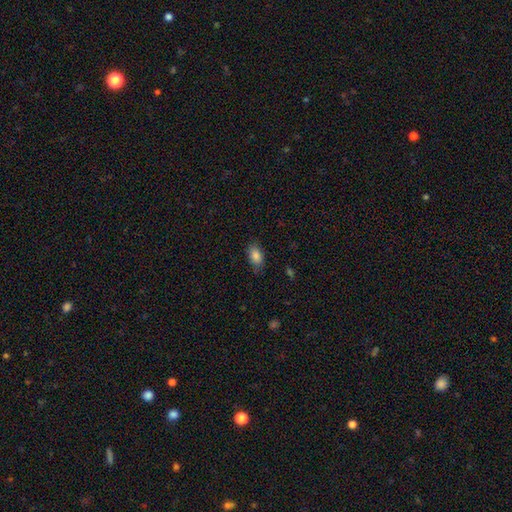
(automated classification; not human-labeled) A smooth galaxy with no disk features (85%) that is in between round and cigar-shaped (89%).

Vote fractions:
- Smooth or featured? smooth: 85% / star or artifact: 8% / featured or disk: 7%
- How rounded? in between: 89% / round: 8% / cigar-shaped: 3%
- Merging? none: 77% / minor disturbance: 18% / major disturbance: 4% / merger: 1%